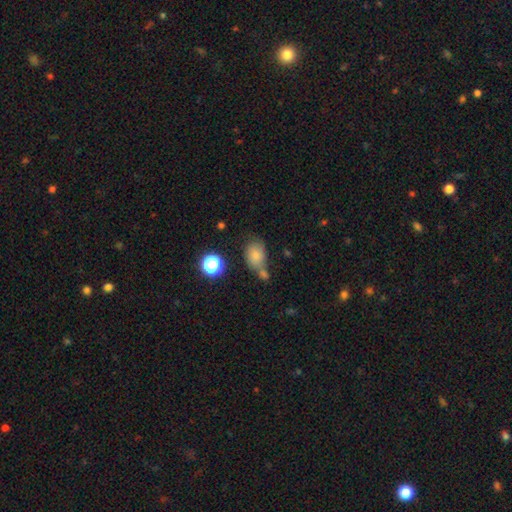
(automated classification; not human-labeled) Smooth or featured: smooth — 78% (star or artifact — 12%)
How rounded: in between — 71% (round — 28%)
Merging: none — 46% (merger — 29%)